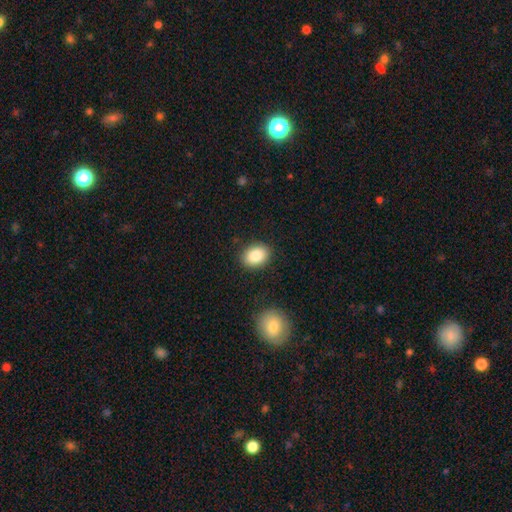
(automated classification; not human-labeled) smooth_or_featured: smooth (p=0.86) [alt: star or artifact p=0.08]
how_rounded: in between (p=0.69) [alt: round p=0.30]
merging: none (p=0.88) [alt: minor disturbance p=0.08]